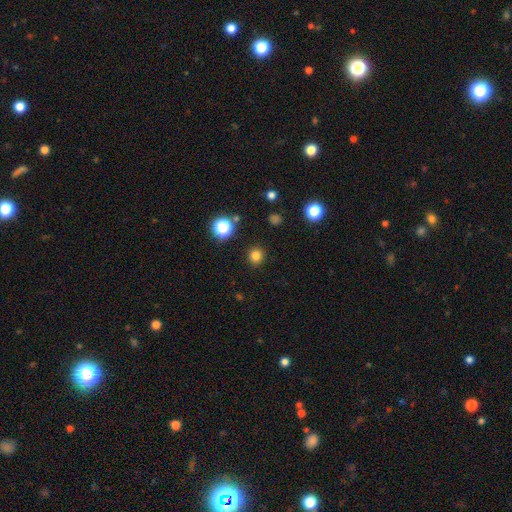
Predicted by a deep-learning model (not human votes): smooth 80%, star or artifact 16%, featured or disk 4%. Down the decision tree: how rounded — round (93%); merging — none (91%).